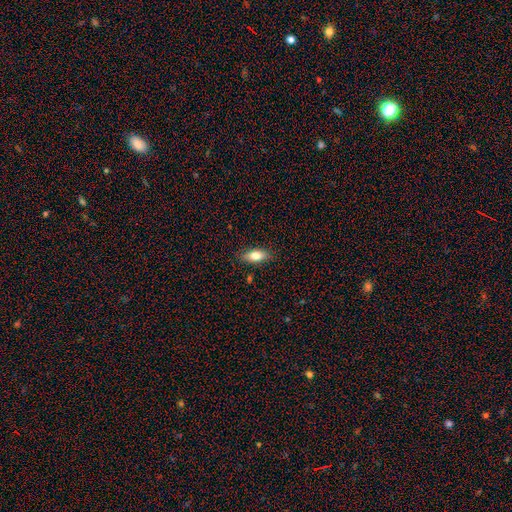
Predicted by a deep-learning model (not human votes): Smooth or featured? Predicted: smooth (p=0.75). How rounded? Predicted: in between (p=0.81). Merging? Predicted: none (p=0.85).